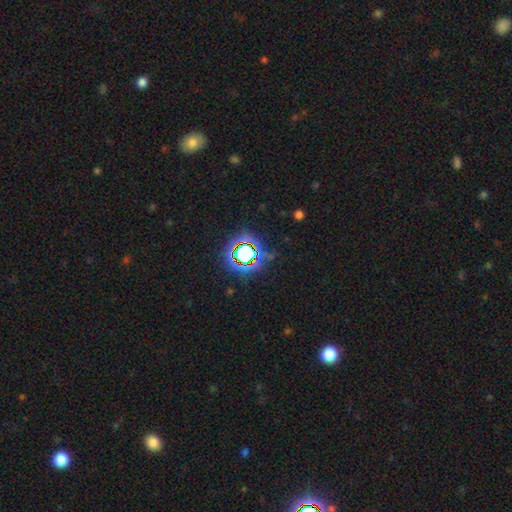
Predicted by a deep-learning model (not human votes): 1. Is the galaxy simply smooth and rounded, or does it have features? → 78% star or artifact, 13% smooth, 9% featured or disk.